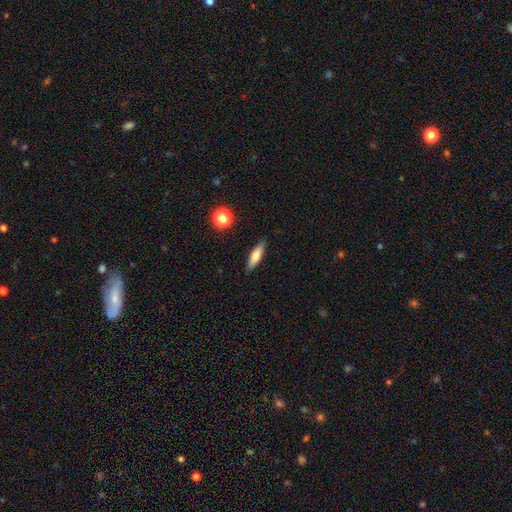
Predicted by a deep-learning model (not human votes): Smooth or featured: smooth — 63% (featured or disk — 29%)
How rounded: cigar-shaped — 66% (in between — 32%)
Merging: none — 88% (minor disturbance — 9%)